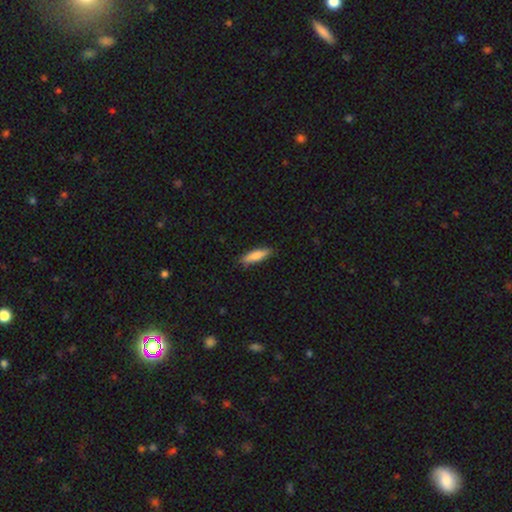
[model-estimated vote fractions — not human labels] smooth-or-featured: smooth: 80% | featured or disk: 15% | star or artifact: 6%
  how-rounded: cigar-shaped: 67% | in between: 31% | round: 2%
  merging: none: 84% | minor disturbance: 13% | major disturbance: 2% | merger: 1%